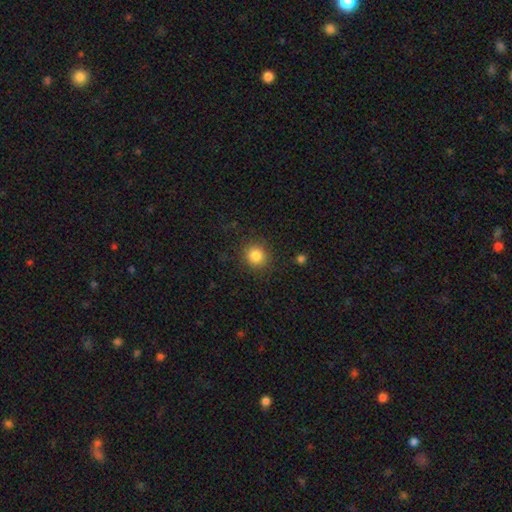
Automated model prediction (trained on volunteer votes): Smooth or featured: smooth — 84% (star or artifact — 11%)
How rounded: round — 90% (in between — 9%)
Merging: none — 88% (minor disturbance — 8%)